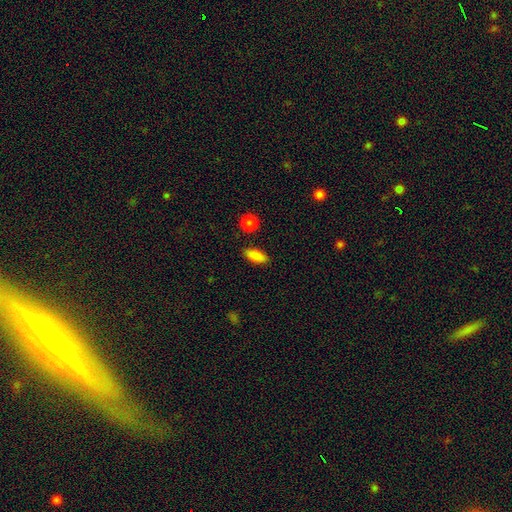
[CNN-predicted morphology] This is clearly a smooth galaxy (87%). How rounded: clearly in between (83%). Merging: clearly none (87%).